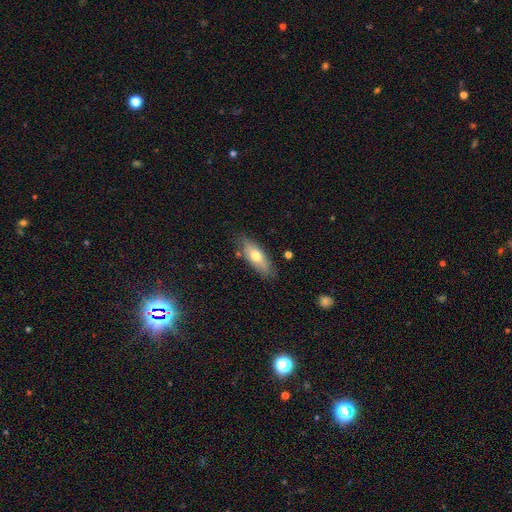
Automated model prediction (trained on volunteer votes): Smooth or featured: smooth — 66% (featured or disk — 28%)
How rounded: in between — 66% (cigar-shaped — 31%)
Merging: none — 80% (minor disturbance — 15%)